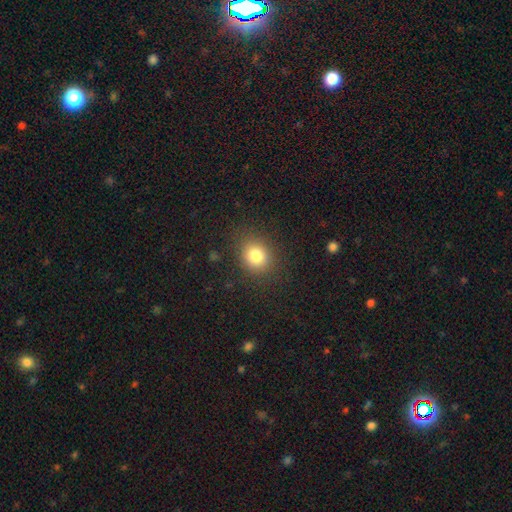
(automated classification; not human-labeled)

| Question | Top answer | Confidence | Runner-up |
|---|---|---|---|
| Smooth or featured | smooth | 81% | star or artifact (12%) |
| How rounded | round | 69% | in between (31%) |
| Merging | none | 85% | minor disturbance (10%) |